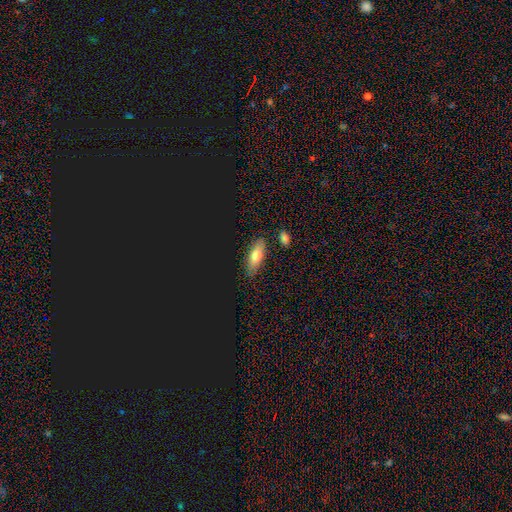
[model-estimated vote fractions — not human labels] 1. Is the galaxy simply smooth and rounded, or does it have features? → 69% smooth, 18% featured or disk, 13% star or artifact.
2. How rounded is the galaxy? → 73% in between, 22% cigar-shaped, 4% round.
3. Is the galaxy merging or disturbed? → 84% none, 11% minor disturbance, 3% merger, 3% major disturbance.